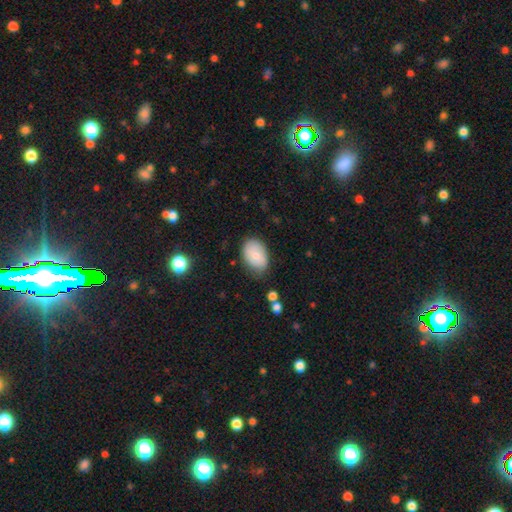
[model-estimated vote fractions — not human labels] smooth_or_featured: smooth (p=0.73) [alt: featured or disk p=0.20]
how_rounded: in between (p=0.85) [alt: round p=0.14]
merging: none (p=0.71) [alt: minor disturbance p=0.22]